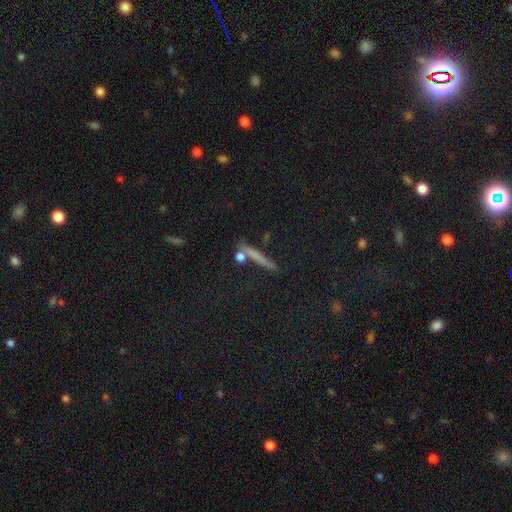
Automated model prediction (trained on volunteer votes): smooth 58%, featured or disk 24%, star or artifact 19%. Down the decision tree: how rounded — cigar-shaped (82%); merging — none (79%).